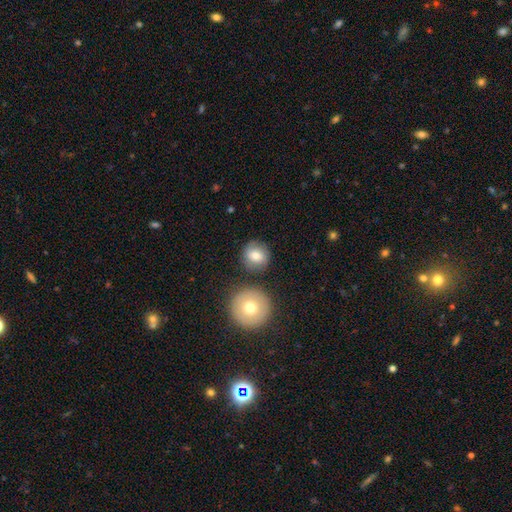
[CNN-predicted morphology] Smooth or featured? smooth (74%)
How rounded? round (91%)
Merging? none (79%)